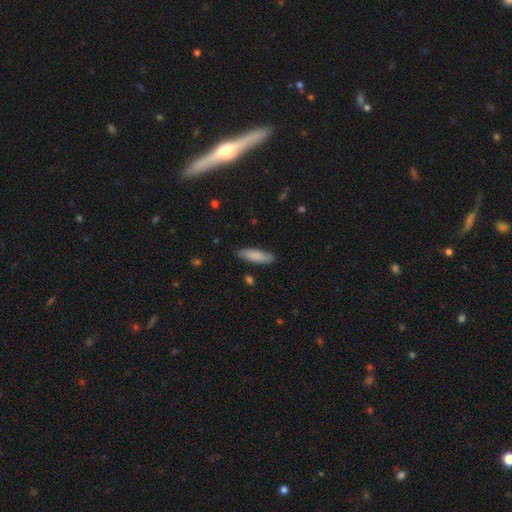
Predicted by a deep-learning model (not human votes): A smooth galaxy with no disk features (85%) that is cigar-shaped (56%). Merging: none (84%).